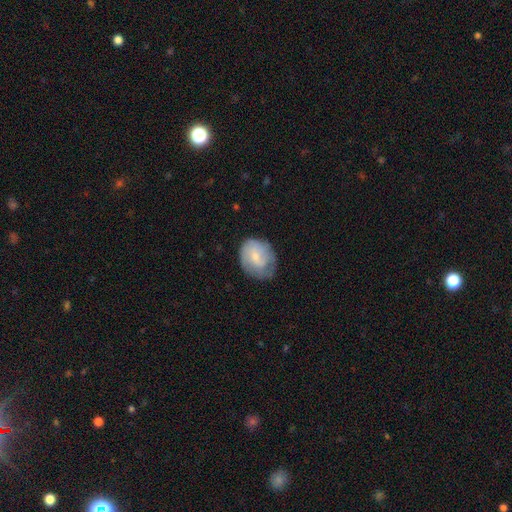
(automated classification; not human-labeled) A smooth galaxy with no disk features (56%) that is round (52%). Merging: none (58%).